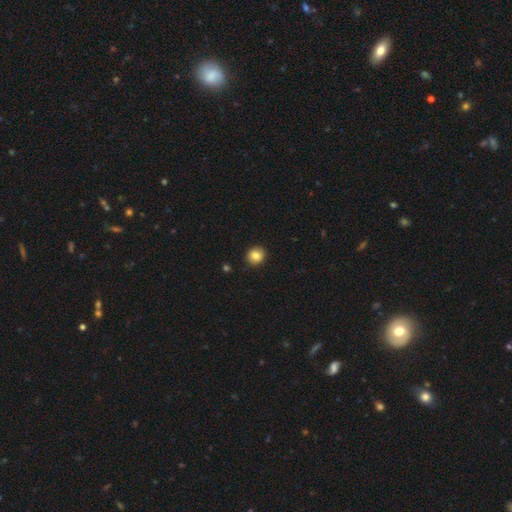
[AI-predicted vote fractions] The model was most divided on "how rounded": round: 86%, in between: 14%, cigar-shaped: 1%. More confident: merging — none (91%); smooth or featured — smooth (83%).